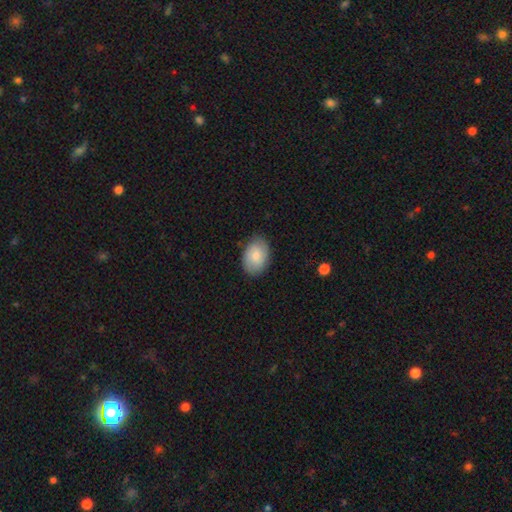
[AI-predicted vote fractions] A smooth galaxy with no disk features (74%) that is in between round and cigar-shaped (84%).

Vote fractions:
- Smooth or featured? smooth: 74% / featured or disk: 20% / star or artifact: 6%
- How rounded? in between: 84% / round: 15% / cigar-shaped: 1%
- Merging? none: 82% / minor disturbance: 14% / major disturbance: 3% / merger: 1%